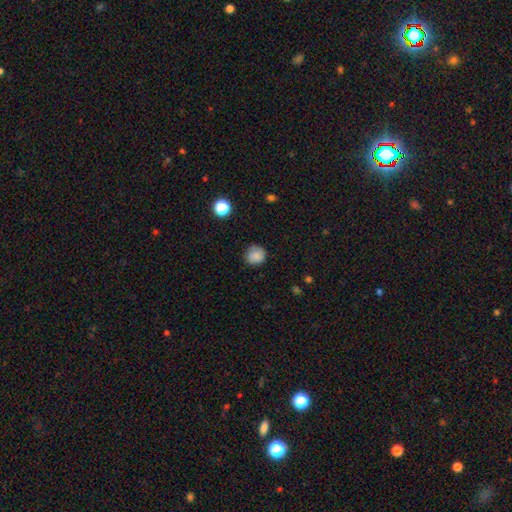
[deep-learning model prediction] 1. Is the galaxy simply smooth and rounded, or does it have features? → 84% smooth, 10% star or artifact, 6% featured or disk.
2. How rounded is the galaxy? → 88% round, 11% in between, 1% cigar-shaped.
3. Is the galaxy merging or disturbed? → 81% none, 15% minor disturbance, 3% major disturbance, 1% merger.